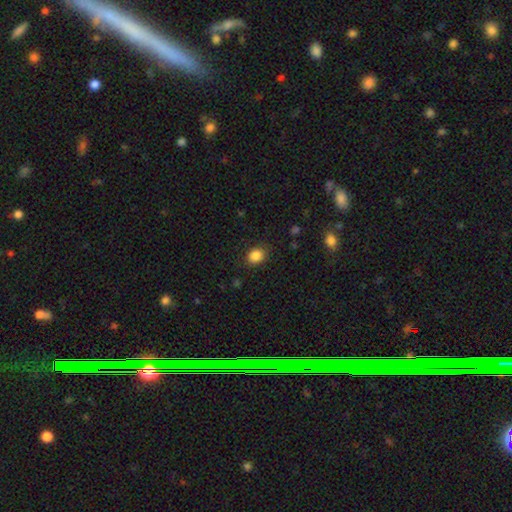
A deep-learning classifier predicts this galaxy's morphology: Q: Smooth or featured?
A: smooth (86%); runner-up: star or artifact (10%)
Q: How rounded?
A: round (53%); runner-up: in between (46%)
Q: Merging?
A: none (84%); runner-up: minor disturbance (11%)